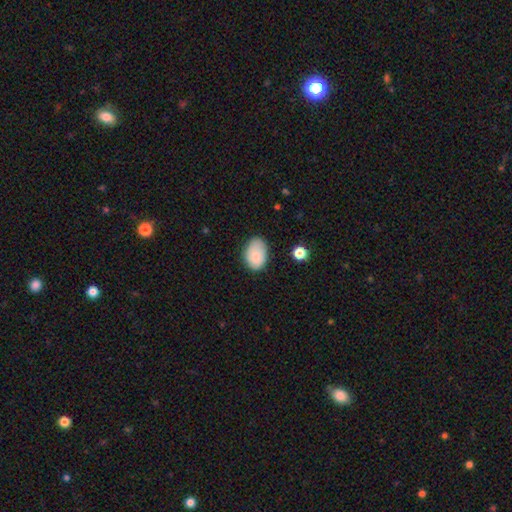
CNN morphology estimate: Smooth or featured?
  - smooth: 82% *
  - featured or disk: 10%
  - star or artifact: 7%
How rounded?
  - in between: 84% *
  - round: 15%
  - cigar-shaped: 1%
Merging?
  - none: 73% *
  - minor disturbance: 21%
  - major disturbance: 4%
  - merger: 2%